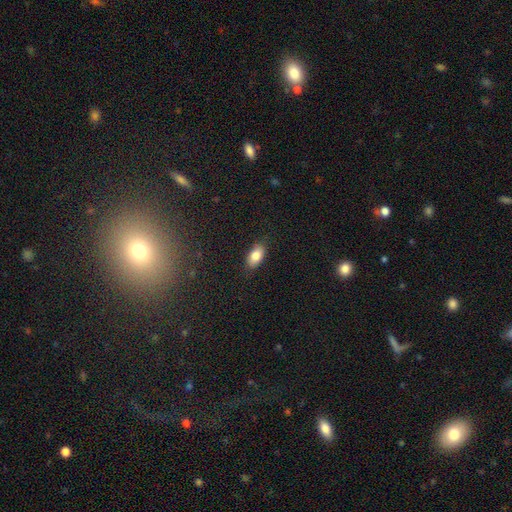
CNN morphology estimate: Smooth or featured? Predicted: smooth (p=0.84). How rounded? Predicted: in between (p=0.91). Merging? Predicted: none (p=0.85).